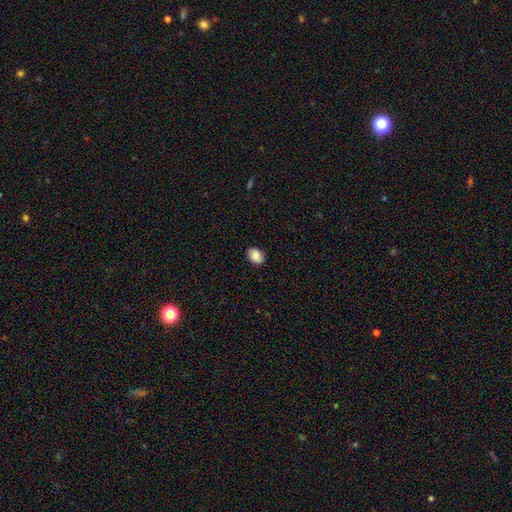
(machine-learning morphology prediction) This appears to be a smooth galaxy with no disk features (88%) that is in between round and cigar-shaped (71%). Merging: none (89%).